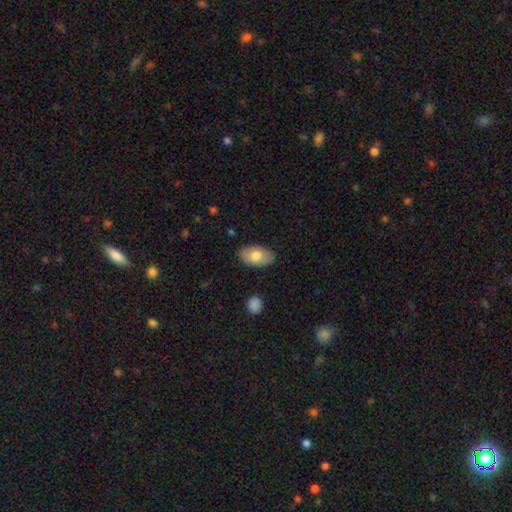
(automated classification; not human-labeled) smooth_or_featured: smooth (p=0.76) [alt: featured or disk p=0.18]
how_rounded: in between (p=0.94) [alt: round p=0.04]
merging: none (p=0.85) [alt: minor disturbance p=0.11]